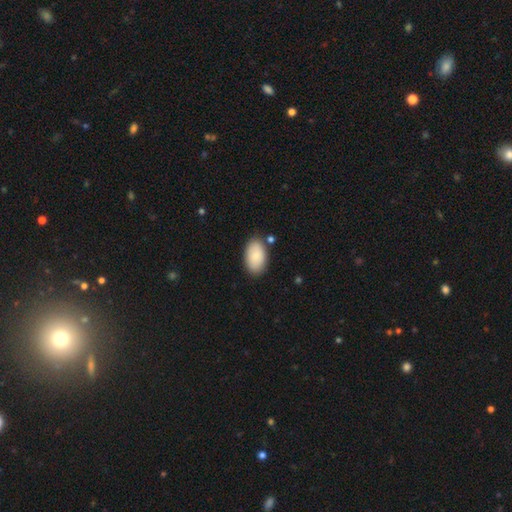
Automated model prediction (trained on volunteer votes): This appears to be a smooth galaxy with no disk features (83%) that is in between round and cigar-shaped (94%). Merging: none (83%).